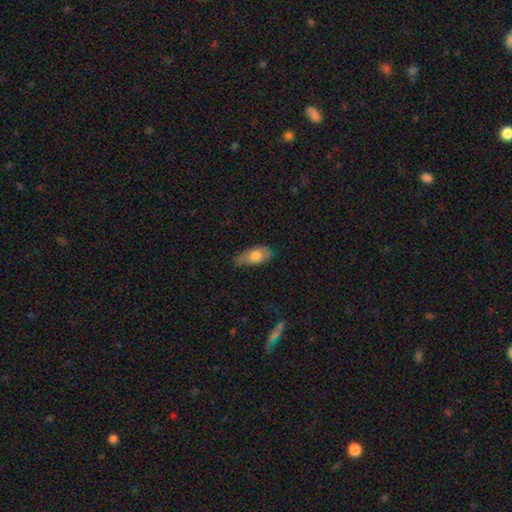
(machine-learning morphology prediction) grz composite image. It shows a smooth galaxy with no disk features (73%) that is in between round and cigar-shaped (86%). Merging: none (46%).